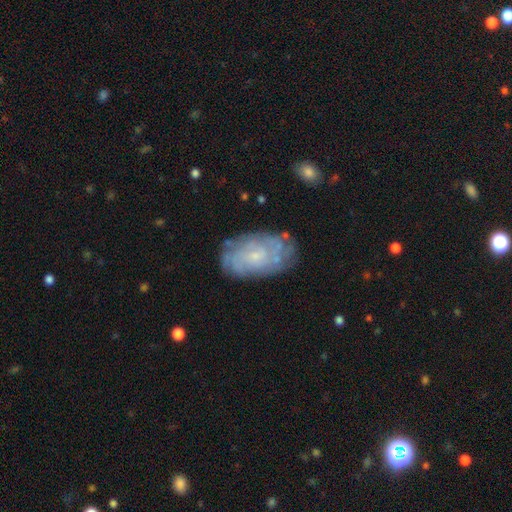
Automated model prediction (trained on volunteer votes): The model was most divided on "smooth or featured": featured or disk: 67%, smooth: 25%, star or artifact: 8%. More confident: edge-on disk — no (95%); spiral arms — yes (83%); bar — no (77%); merging — none (77%); bulge size — small (74%); spiral winding — tight (70%); spiral arm count — can't tell (59%).